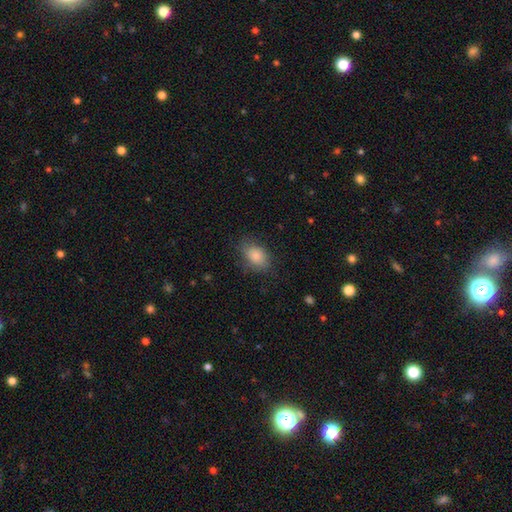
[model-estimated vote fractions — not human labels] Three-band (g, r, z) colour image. It shows a smooth galaxy with no disk features (84%) that is in between round and cigar-shaped (81%). Merging: none (72%).